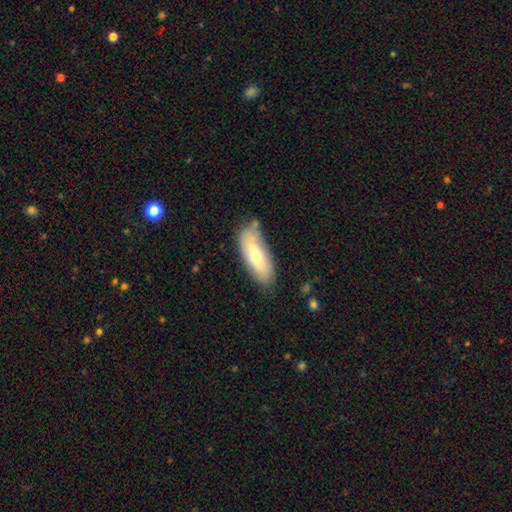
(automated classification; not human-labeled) Smooth or featured? smooth (63%)
How rounded? in between (73%)
Merging? none (71%)